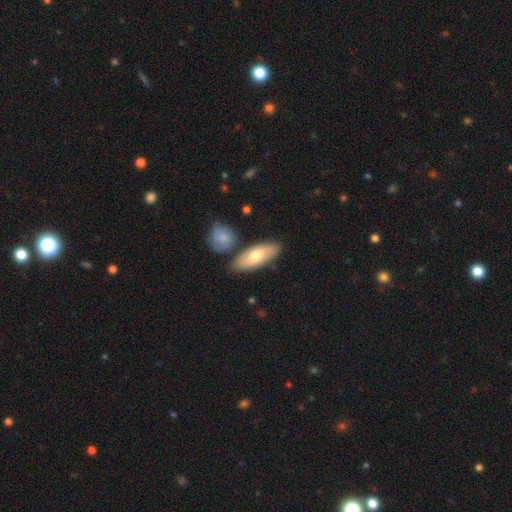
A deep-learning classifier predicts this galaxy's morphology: This is likely a smooth galaxy (69%). How rounded: likely in between (76%). Merging: likely none (77%).